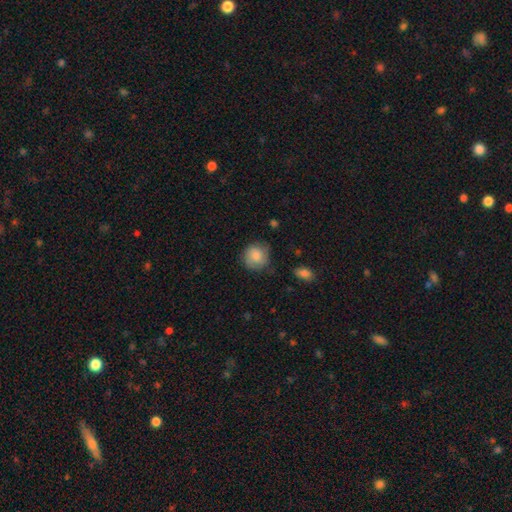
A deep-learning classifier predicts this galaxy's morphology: Smooth or featured?
  - smooth: 82% *
  - featured or disk: 11%
  - star or artifact: 7%
How rounded?
  - round: 85% *
  - in between: 14%
  - cigar-shaped: 1%
Merging?
  - none: 71% *
  - minor disturbance: 21%
  - major disturbance: 6%
  - merger: 2%